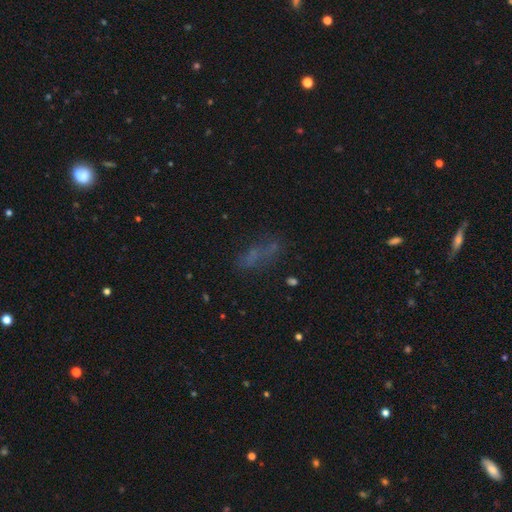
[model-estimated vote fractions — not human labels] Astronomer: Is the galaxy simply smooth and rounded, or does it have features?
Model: smooth — 50%.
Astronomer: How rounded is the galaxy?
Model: in between — 58% (runner-up: cigar-shaped, 36%).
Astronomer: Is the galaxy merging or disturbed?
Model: none — 54%.